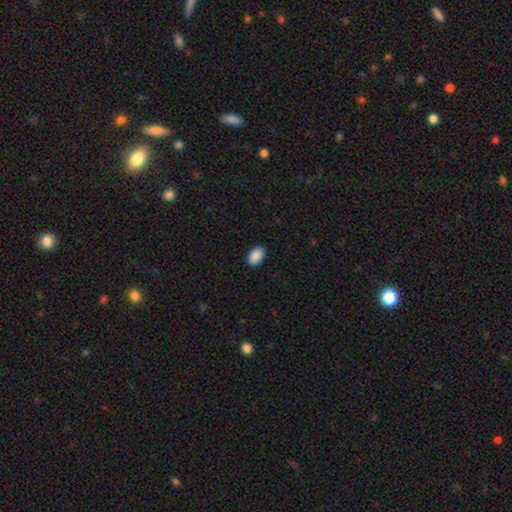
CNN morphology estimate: Overall: smooth (90%). How rounded: in between (94%). Merging: none (89%).